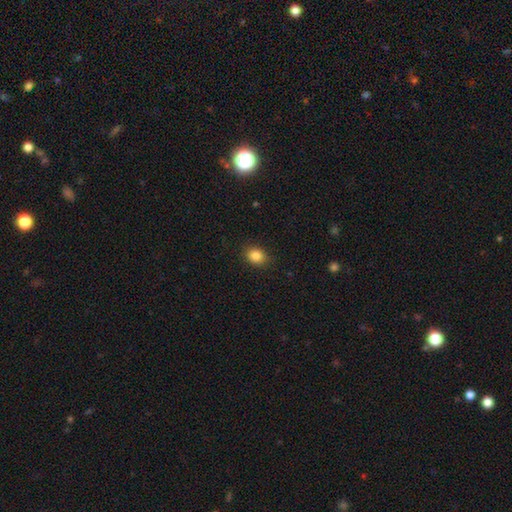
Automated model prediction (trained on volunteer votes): smooth_or_featured: smooth (p=0.85) [alt: star or artifact p=0.10]
how_rounded: round (p=0.55) [alt: in between p=0.44]
merging: none (p=0.88) [alt: minor disturbance p=0.09]